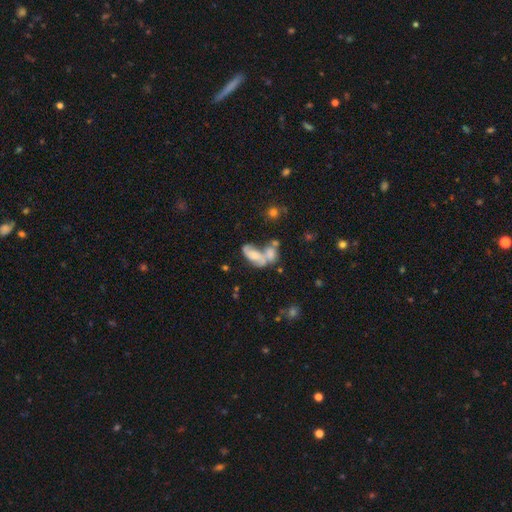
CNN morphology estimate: smooth 46%, featured or disk 44%, star or artifact 11%. Down the decision tree: merging — merger (59%).